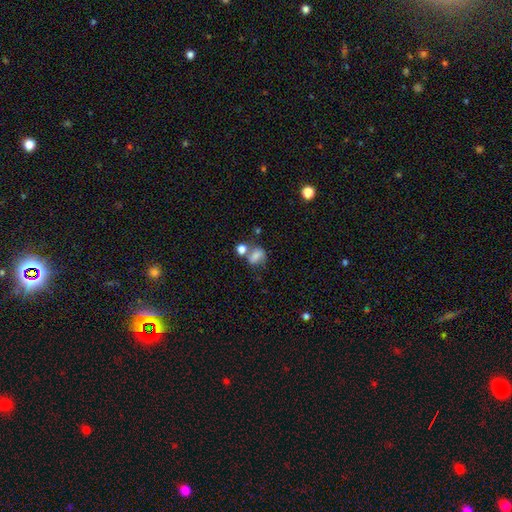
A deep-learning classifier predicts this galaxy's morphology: smooth 64%, featured or disk 24%, star or artifact 12%. Down the decision tree: how rounded — in between (54%); merging — none (41%).